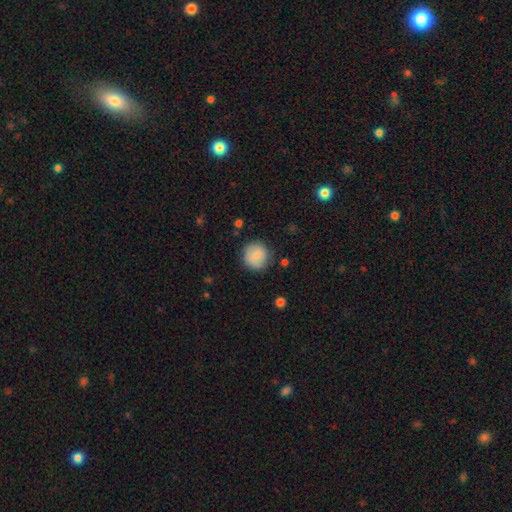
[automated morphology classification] Smooth or featured?
  - smooth: 80% *
  - featured or disk: 13%
  - star or artifact: 7%
How rounded?
  - round: 93% *
  - in between: 6%
  - cigar-shaped: 1%
Merging?
  - none: 84% *
  - minor disturbance: 11%
  - major disturbance: 3%
  - merger: 1%